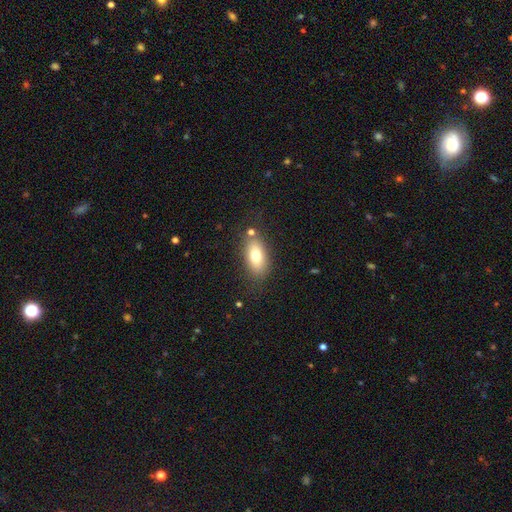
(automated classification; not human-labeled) Smooth or featured? smooth (75%)
How rounded? in between (86%)
Merging? none (76%)